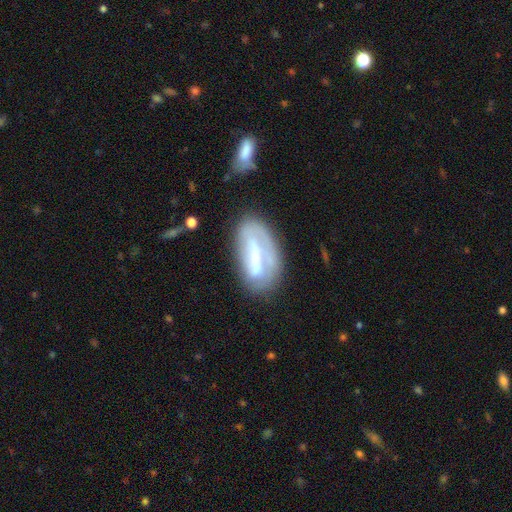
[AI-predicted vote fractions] Morphology: type=featured or disk (50%); edge-on=no (91%); merging=none (56%).